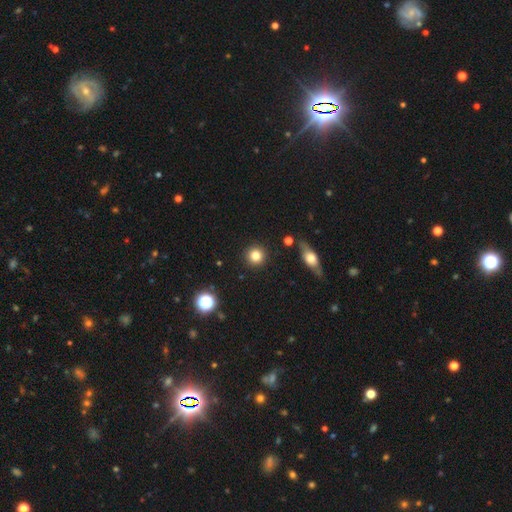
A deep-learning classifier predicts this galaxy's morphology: A smooth galaxy with no disk features (82%) that is round (94%).

Vote fractions:
- Smooth or featured? smooth: 82% / star or artifact: 11% / featured or disk: 7%
- How rounded? round: 94% / in between: 5% / cigar-shaped: 1%
- Merging? none: 90% / minor disturbance: 5% / merger: 2% / major disturbance: 2%